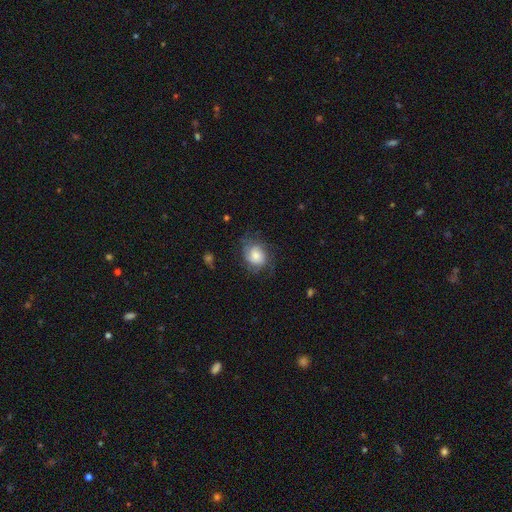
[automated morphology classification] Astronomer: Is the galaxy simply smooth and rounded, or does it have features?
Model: smooth — 53% (runner-up: featured or disk, 38%).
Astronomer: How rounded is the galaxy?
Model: round — 53% (runner-up: in between, 46%).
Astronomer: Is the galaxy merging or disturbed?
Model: none — 60%.